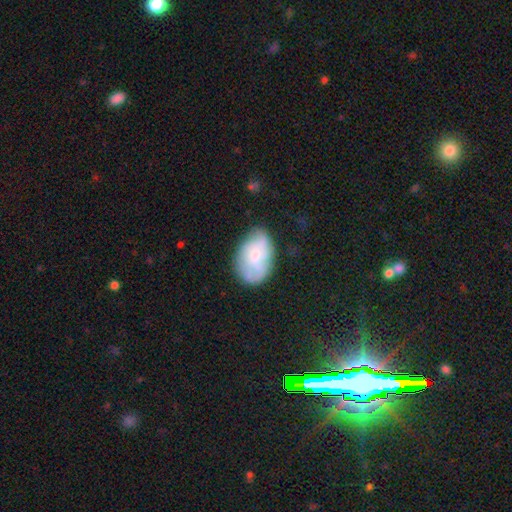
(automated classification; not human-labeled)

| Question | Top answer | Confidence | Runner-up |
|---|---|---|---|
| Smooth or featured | smooth | 52% | featured or disk (41%) |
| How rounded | in between | 85% | round (14%) |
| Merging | none | 55% | minor disturbance (31%) |